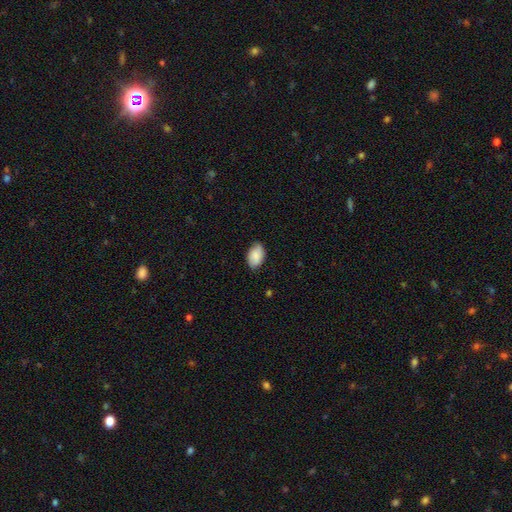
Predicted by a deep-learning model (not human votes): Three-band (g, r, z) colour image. It shows a smooth galaxy with no disk features (85%) that is in between round and cigar-shaped (90%). Merging: none (78%).